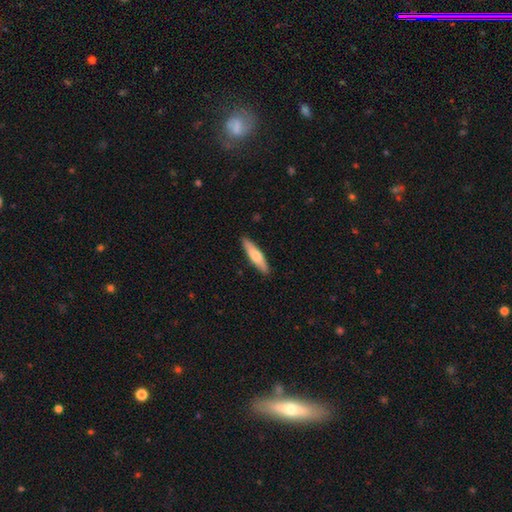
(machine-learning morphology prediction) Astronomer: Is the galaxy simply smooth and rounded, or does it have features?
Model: smooth — 66%.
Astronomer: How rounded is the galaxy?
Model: cigar-shaped — 80%.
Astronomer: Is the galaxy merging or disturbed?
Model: none — 90%.